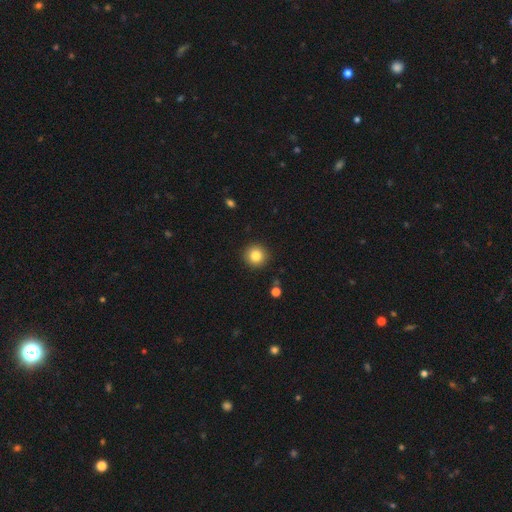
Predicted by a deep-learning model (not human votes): Smooth or featured?
  - smooth: 84% *
  - star or artifact: 10%
  - featured or disk: 6%
How rounded?
  - round: 94% *
  - in between: 5%
  - cigar-shaped: 1%
Merging?
  - none: 92% *
  - minor disturbance: 5%
  - major disturbance: 2%
  - merger: 1%